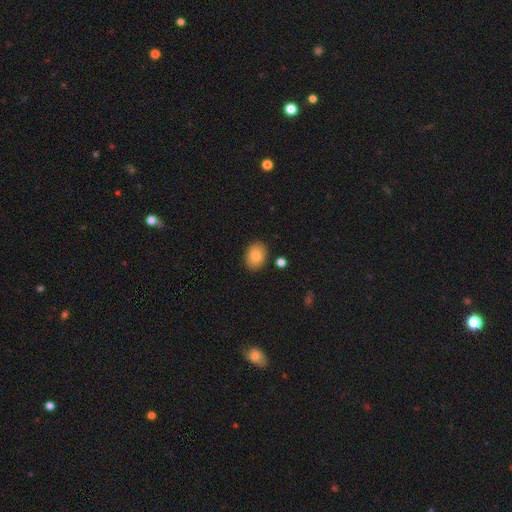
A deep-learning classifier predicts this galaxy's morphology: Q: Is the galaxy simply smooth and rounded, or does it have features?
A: smooth — 83%.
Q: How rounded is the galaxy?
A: in between — 71%.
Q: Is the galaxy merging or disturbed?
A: none — 87%.